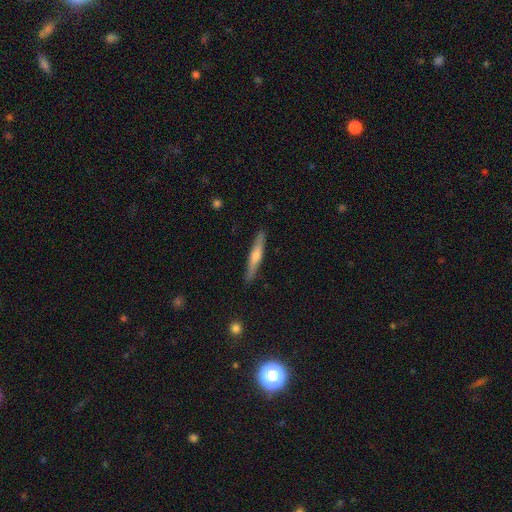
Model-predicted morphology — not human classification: Smooth or featured: featured or disk — 56% (smooth — 37%)
Edge-on disk: yes — 96% (no — 4%)
Edge-on bulge: rounded — 77% (none — 16%)
Merging: none — 90% (minor disturbance — 7%)